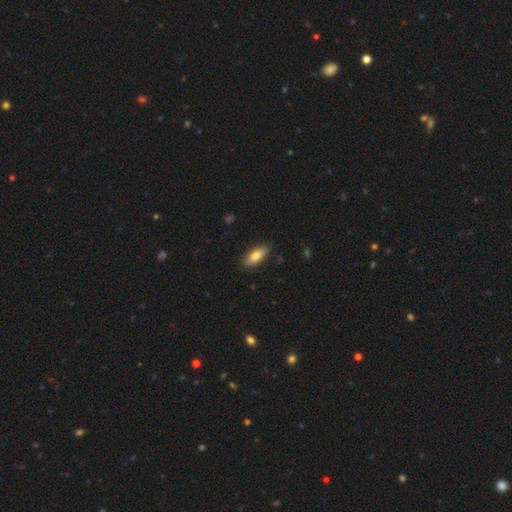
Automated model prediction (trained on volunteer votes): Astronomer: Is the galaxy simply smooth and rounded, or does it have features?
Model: smooth — 78%.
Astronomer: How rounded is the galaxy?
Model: in between — 75%.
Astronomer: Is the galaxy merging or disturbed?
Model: none — 86%.